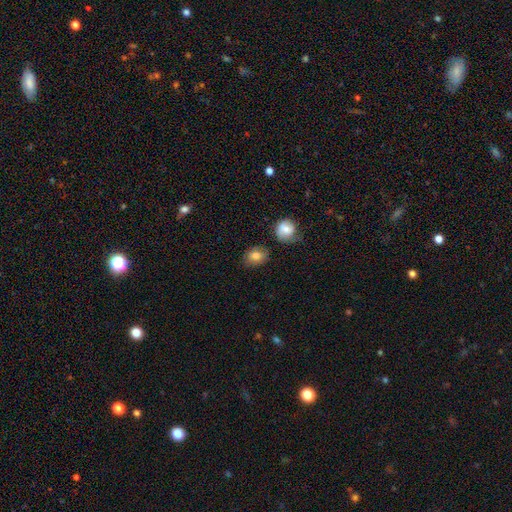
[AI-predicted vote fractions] smooth_or_featured: smooth (p=0.79) [alt: featured or disk p=0.12]
how_rounded: in between (p=0.53) [alt: round p=0.46]
merging: none (p=0.75) [alt: minor disturbance p=0.17]